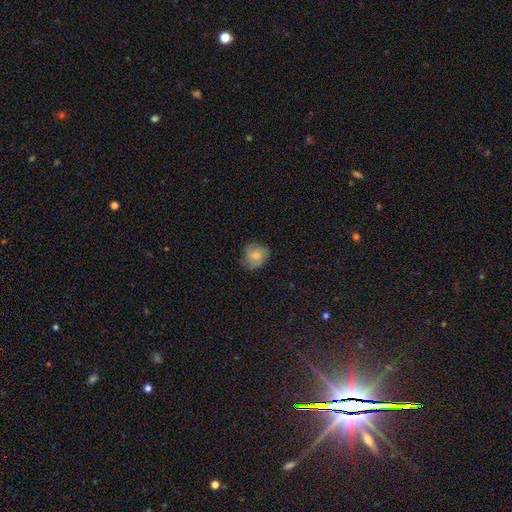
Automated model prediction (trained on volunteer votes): This appears to be a smooth galaxy with no disk features (71%) that is round (73%). Merging: none (66%).